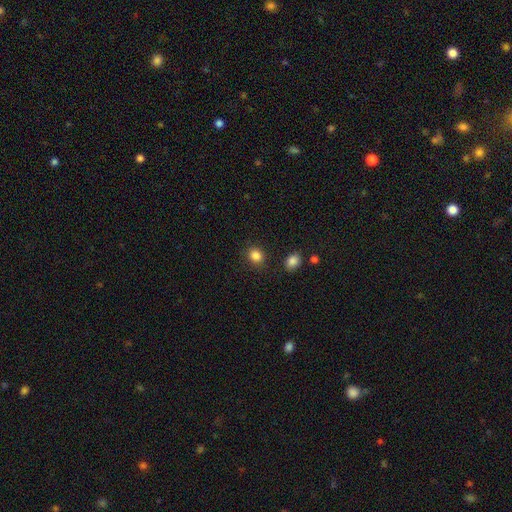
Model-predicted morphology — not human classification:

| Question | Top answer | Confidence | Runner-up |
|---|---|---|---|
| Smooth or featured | smooth | 86% | star or artifact (10%) |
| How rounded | round | 67% | in between (32%) |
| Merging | none | 85% | minor disturbance (9%) |